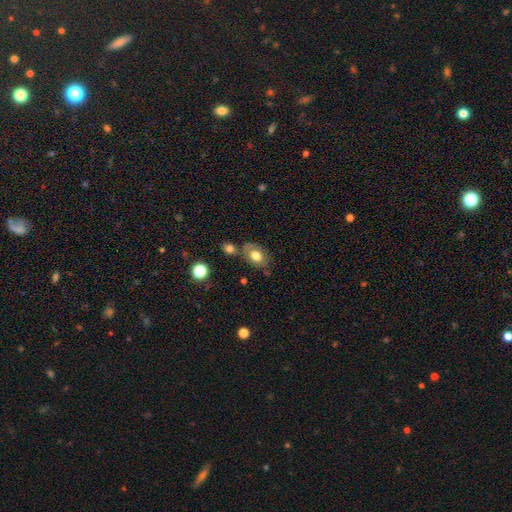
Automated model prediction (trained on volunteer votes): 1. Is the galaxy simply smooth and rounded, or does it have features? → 65% smooth, 26% featured or disk, 9% star or artifact.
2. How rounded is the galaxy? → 79% in between, 19% round, 1% cigar-shaped.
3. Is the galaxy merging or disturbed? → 60% none, 19% minor disturbance, 13% merger, 7% major disturbance.